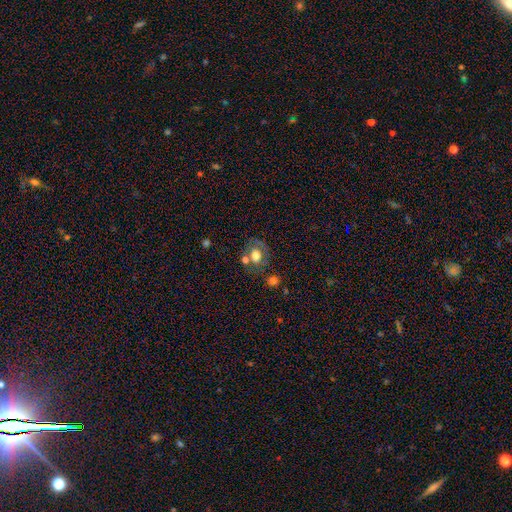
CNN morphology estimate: This is possibly a smooth galaxy (55%). How rounded: possibly round (56%). Merging: possibly none (52%).